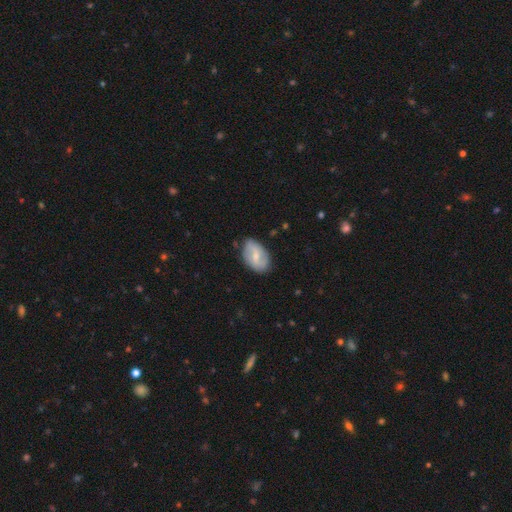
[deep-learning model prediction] Smooth or featured?
  - featured or disk: 52% *
  - smooth: 42%
  - star or artifact: 6%
Edge-on disk?
  - no: 96% *
  - yes: 4%
Merging?
  - none: 76% *
  - minor disturbance: 19%
  - major disturbance: 4%
  - merger: 2%